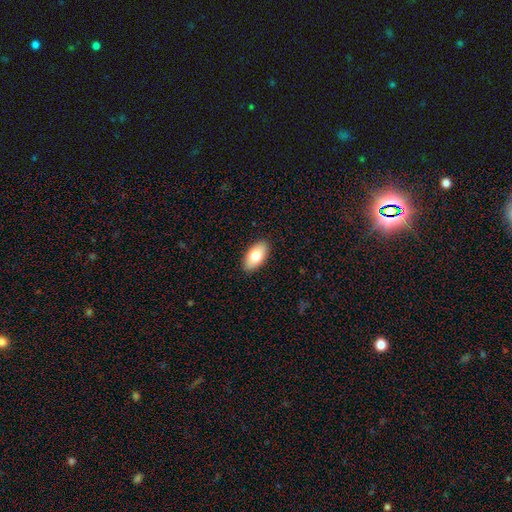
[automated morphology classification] smooth 79%, featured or disk 15%, star or artifact 6%. Down the decision tree: how rounded — in between (95%); merging — none (90%).